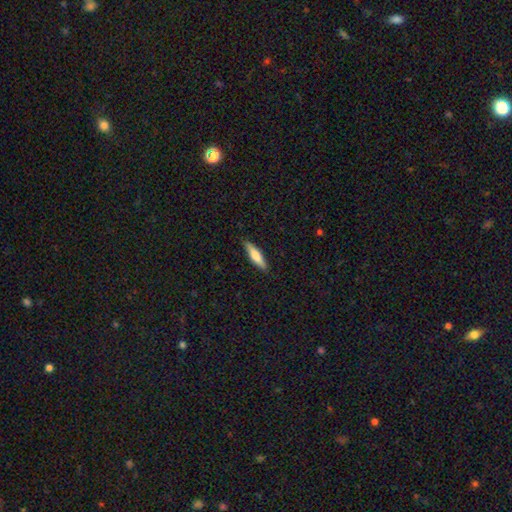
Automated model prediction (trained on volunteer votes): This is likely a smooth galaxy (65%). How rounded: likely cigar-shaped (77%). Merging: clearly none (88%).